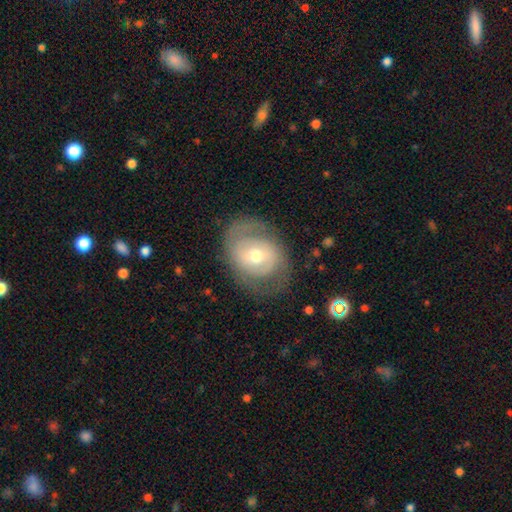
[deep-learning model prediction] The model was most divided on "bar": no: 54%, weak: 35%, strong: 12%. More confident: edge-on disk — no (96%); spiral arms — yes (72%); merging — none (70%); smooth or featured — featured or disk (66%); bulge size — moderate (62%).